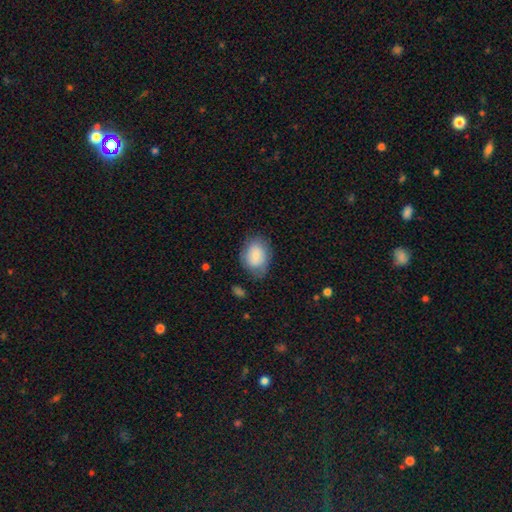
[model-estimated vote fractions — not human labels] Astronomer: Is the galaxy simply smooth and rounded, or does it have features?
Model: smooth — 78%.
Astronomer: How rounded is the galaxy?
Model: in between — 69%.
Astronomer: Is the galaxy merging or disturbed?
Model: none — 68%.